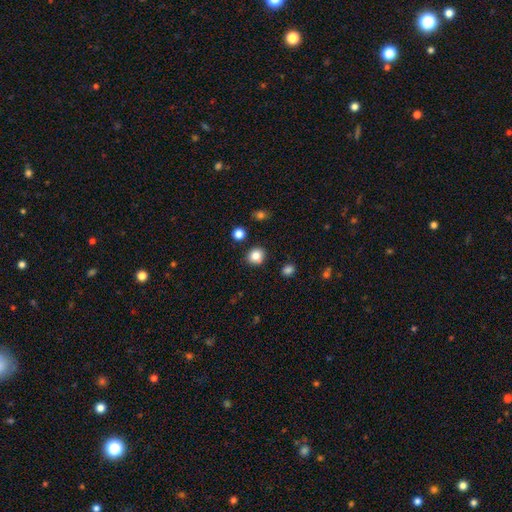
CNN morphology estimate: Overall: smooth (84%). How rounded: round (85%). Merging: none (86%).